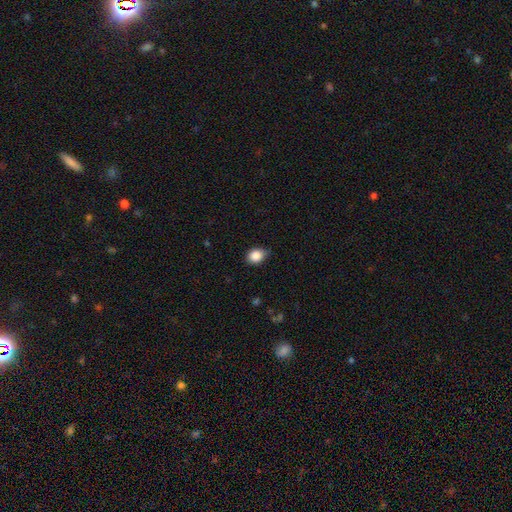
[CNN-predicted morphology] type=smooth (87%); roundness=in between (53%); merging=none (72%).